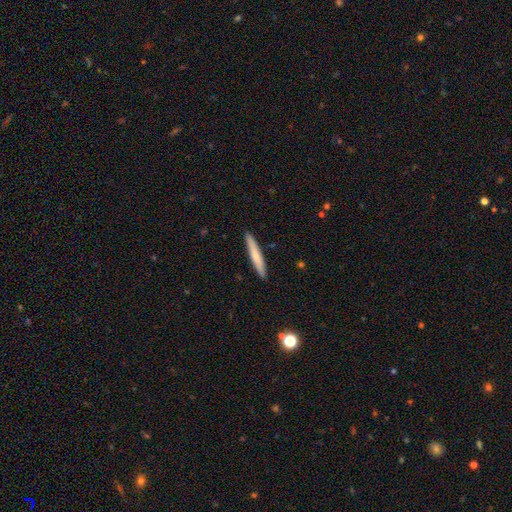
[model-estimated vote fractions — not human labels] The model was most divided on "smooth or featured": smooth: 70%, featured or disk: 24%, star or artifact: 5%. More confident: how rounded — cigar-shaped (95%); merging — none (91%).